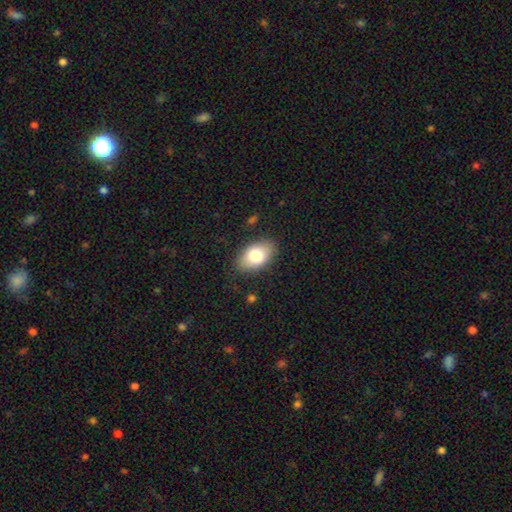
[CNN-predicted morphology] smooth_or_featured: smooth (p=0.76) [alt: featured or disk p=0.16]
how_rounded: in between (p=0.91) [alt: round p=0.07]
merging: none (p=0.83) [alt: minor disturbance p=0.13]